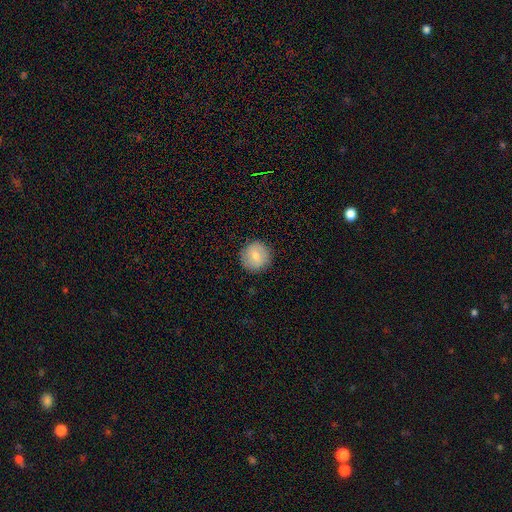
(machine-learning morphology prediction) smooth_or_featured: smooth (p=0.76) [alt: featured or disk p=0.17]
how_rounded: round (p=0.93) [alt: in between p=0.06]
merging: none (p=0.89) [alt: minor disturbance p=0.08]